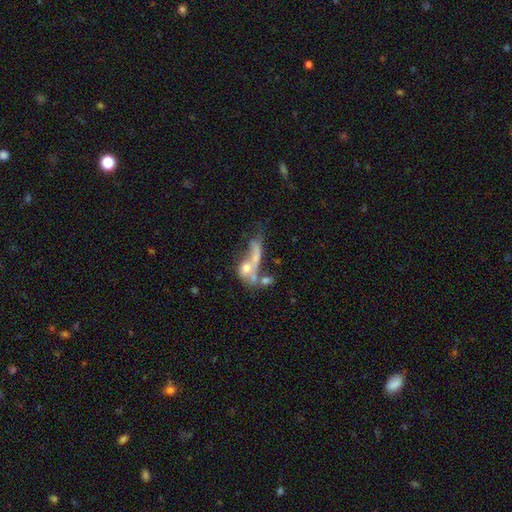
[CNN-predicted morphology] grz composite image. It shows a smooth galaxy with no disk features (45%). Merging: merger (56%).